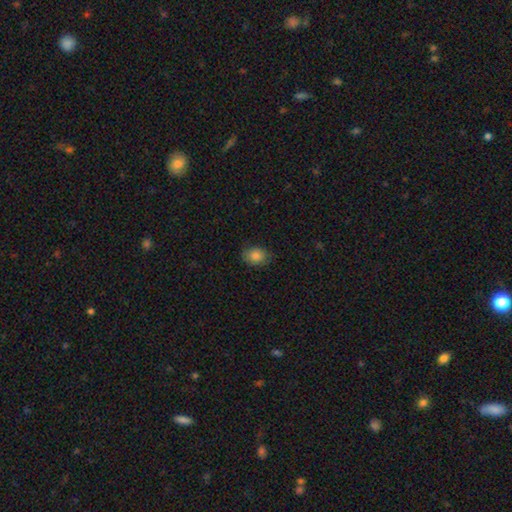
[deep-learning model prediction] smooth-or-featured: smooth: 85% | star or artifact: 9% | featured or disk: 6%
  how-rounded: in between: 58% | round: 41% | cigar-shaped: 1%
  merging: none: 78% | minor disturbance: 18% | major disturbance: 4% | merger: 1%